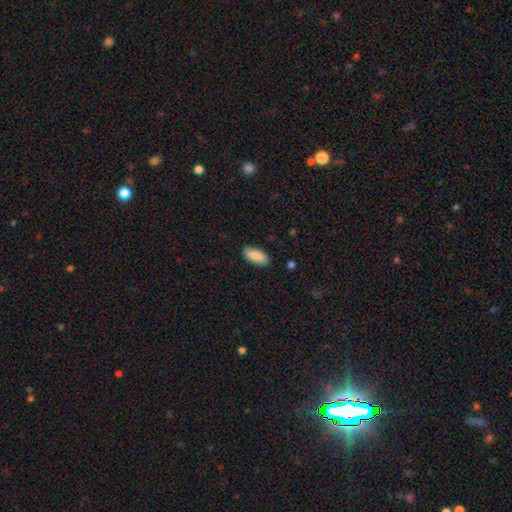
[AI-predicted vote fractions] smooth 83%, featured or disk 11%, star or artifact 6%. Down the decision tree: how rounded — in between (86%); merging — none (84%).